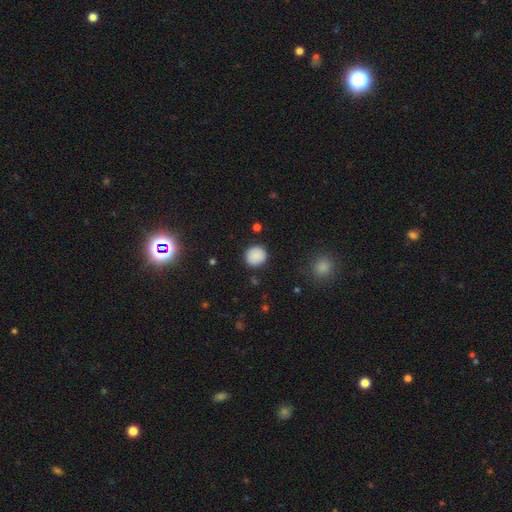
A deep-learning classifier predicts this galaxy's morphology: This is clearly a smooth galaxy (86%). How rounded: clearly round (90%). Merging: clearly none (87%).